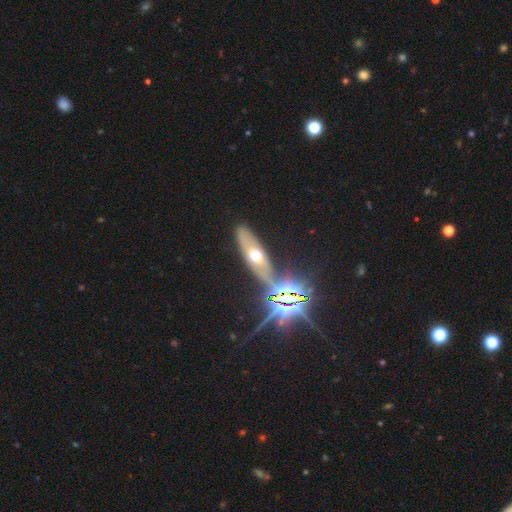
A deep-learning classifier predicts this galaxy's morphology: smooth_or_featured: featured or disk (p=0.44) [alt: smooth p=0.40]
merging: none (p=0.75) [alt: minor disturbance p=0.14]